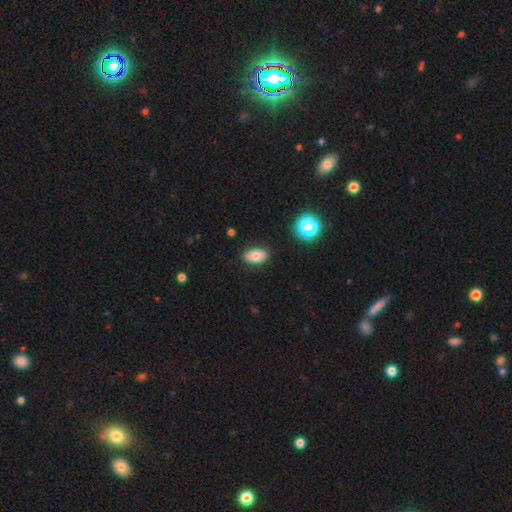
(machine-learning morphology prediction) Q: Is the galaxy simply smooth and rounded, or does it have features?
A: smooth — 76%.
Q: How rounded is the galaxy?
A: in between — 89%.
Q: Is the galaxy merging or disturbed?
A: none — 84%.